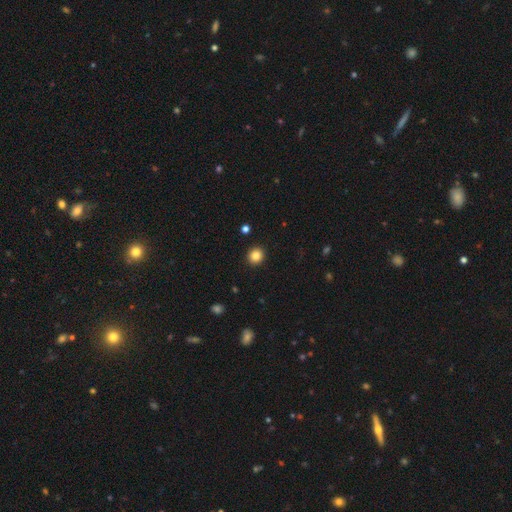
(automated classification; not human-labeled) Smooth or featured: smooth — 84% (star or artifact — 11%)
How rounded: round — 87% (in between — 12%)
Merging: none — 93% (minor disturbance — 5%)